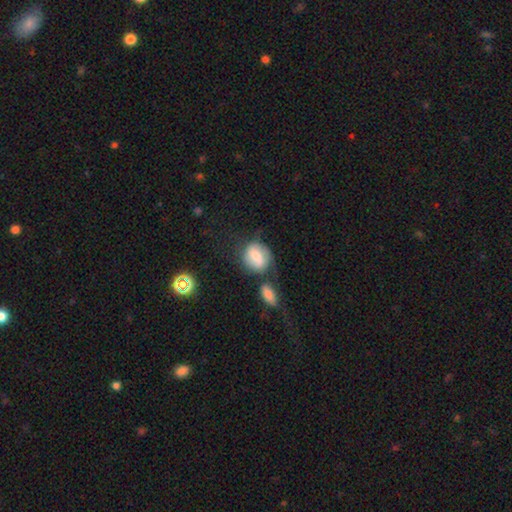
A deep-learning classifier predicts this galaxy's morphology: A smooth galaxy with no disk features (64%) that is round (57%).

Vote fractions:
- Smooth or featured? smooth: 64% / featured or disk: 28% / star or artifact: 9%
- How rounded? round: 57% / in between: 41% / cigar-shaped: 2%
- Merging? none: 39% / merger: 28% / minor disturbance: 20% / major disturbance: 13%